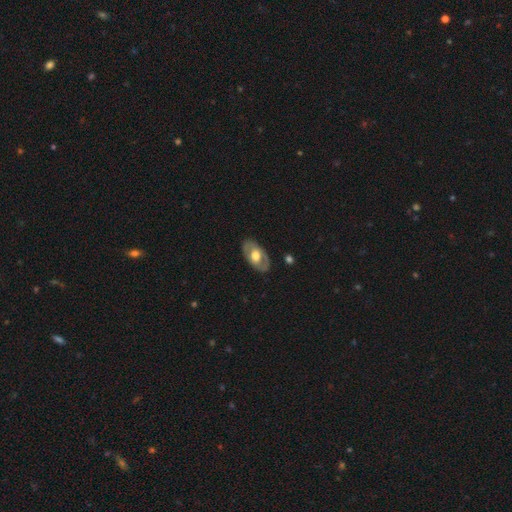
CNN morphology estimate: The model was most divided on "smooth or featured": featured or disk: 54%, smooth: 41%, star or artifact: 5%. More confident: edge-on disk — no (87%); merging — none (82%).